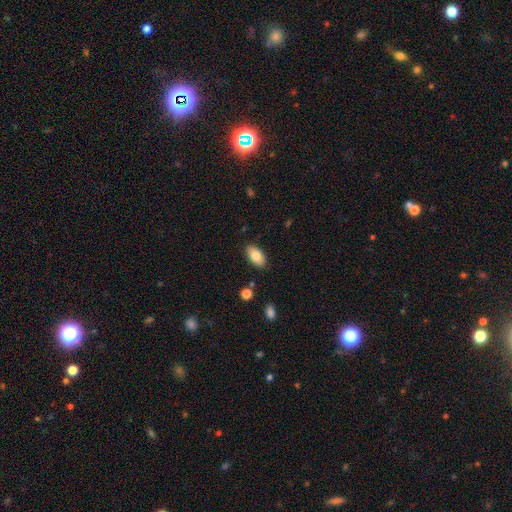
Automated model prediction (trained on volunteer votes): The model was most divided on "smooth or featured": smooth: 82%, featured or disk: 11%, star or artifact: 7%. More confident: how rounded — in between (93%); merging — none (87%).